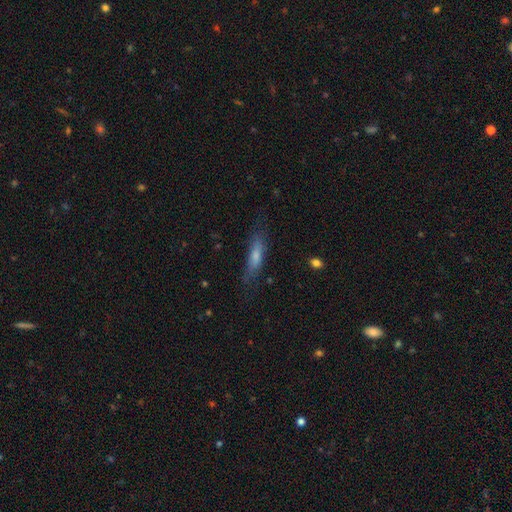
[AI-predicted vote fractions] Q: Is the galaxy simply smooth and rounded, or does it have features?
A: smooth — 61%.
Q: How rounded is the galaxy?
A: cigar-shaped — 75%.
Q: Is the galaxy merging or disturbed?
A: none — 70%.